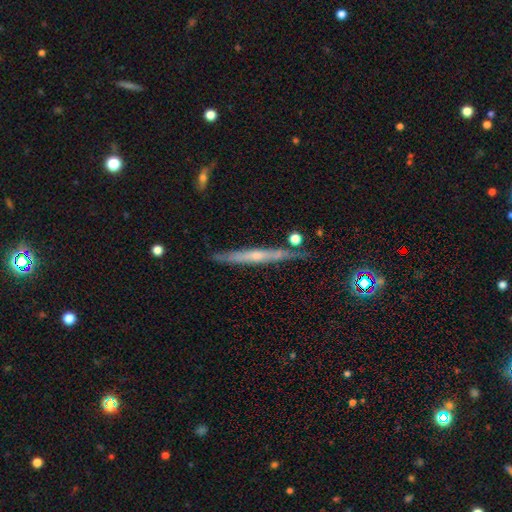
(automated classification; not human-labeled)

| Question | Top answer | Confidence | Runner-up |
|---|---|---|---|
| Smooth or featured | featured or disk | 65% | smooth (28%) |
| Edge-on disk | yes | 94% | no (6%) |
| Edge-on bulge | rounded | 53% | none (42%) |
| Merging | none | 80% | minor disturbance (14%) |